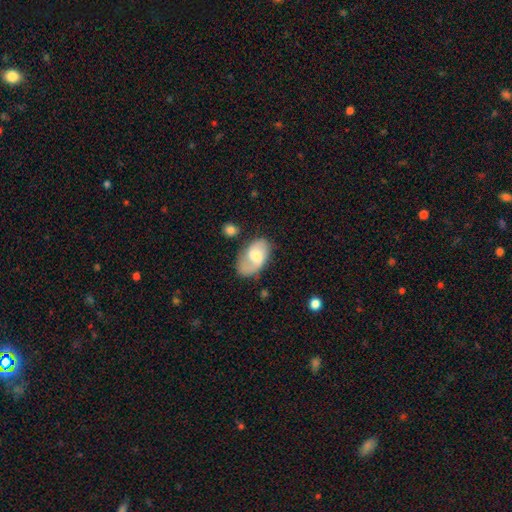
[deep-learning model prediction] The model was most divided on "smooth or featured": featured or disk: 51%, smooth: 42%, star or artifact: 6%. More confident: edge-on disk — no (96%); merging — none (57%).